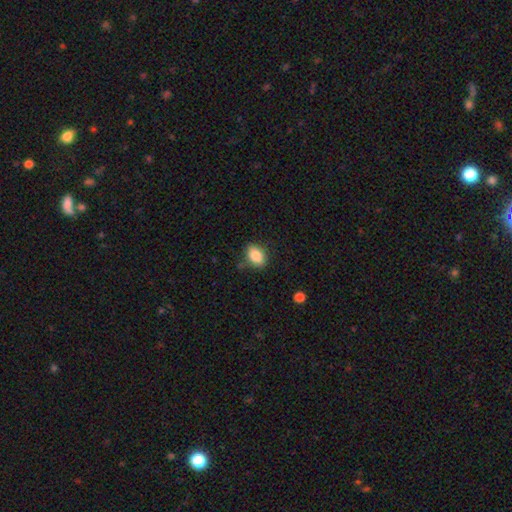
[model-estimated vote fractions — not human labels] Q: Smooth or featured?
A: smooth (86%); runner-up: star or artifact (8%)
Q: How rounded?
A: in between (79%); runner-up: round (19%)
Q: Merging?
A: none (79%); runner-up: minor disturbance (15%)